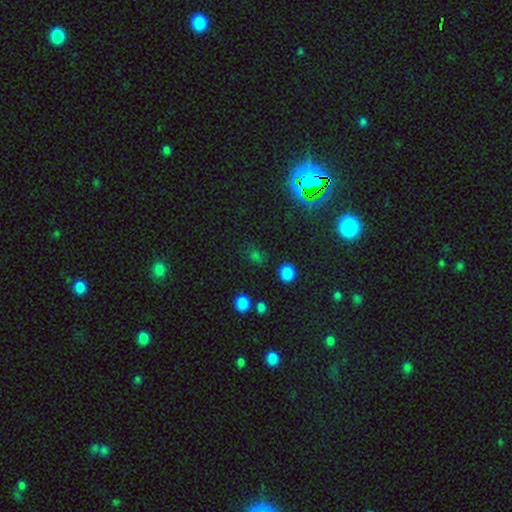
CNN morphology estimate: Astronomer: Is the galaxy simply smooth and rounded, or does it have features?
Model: smooth — 52% (runner-up: star or artifact, 41%).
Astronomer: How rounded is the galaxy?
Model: round — 66%.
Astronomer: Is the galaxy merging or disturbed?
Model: none — 77%.